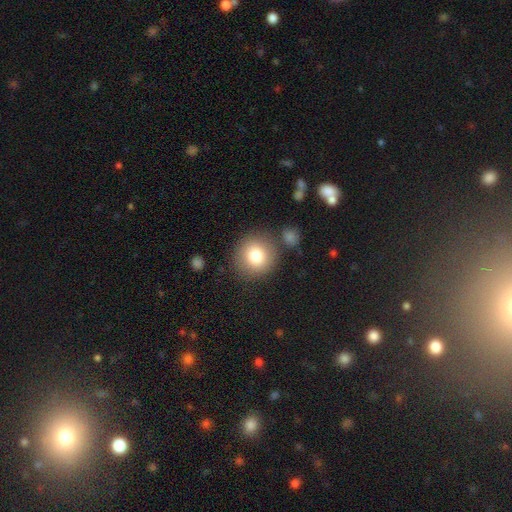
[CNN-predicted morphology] smooth-or-featured: smooth: 79% | featured or disk: 11% | star or artifact: 10%
  how-rounded: round: 90% | in between: 9% | cigar-shaped: 1%
  merging: none: 79% | minor disturbance: 10% | merger: 7% | major disturbance: 4%